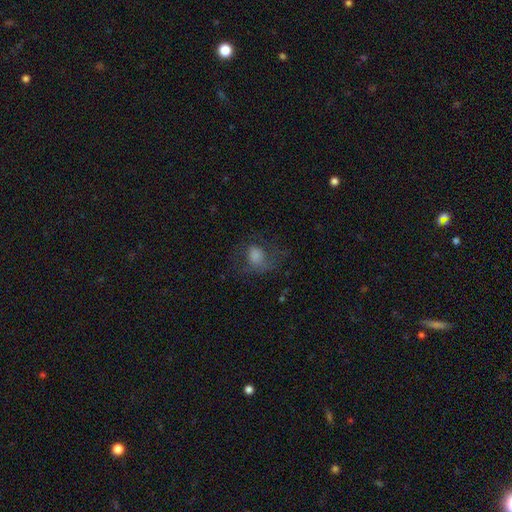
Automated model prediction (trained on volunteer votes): Smooth or featured?
  - smooth: 47% *
  - featured or disk: 35%
  - star or artifact: 18%
Merging?
  - none: 52% *
  - major disturbance: 27%
  - minor disturbance: 19%
  - merger: 2%